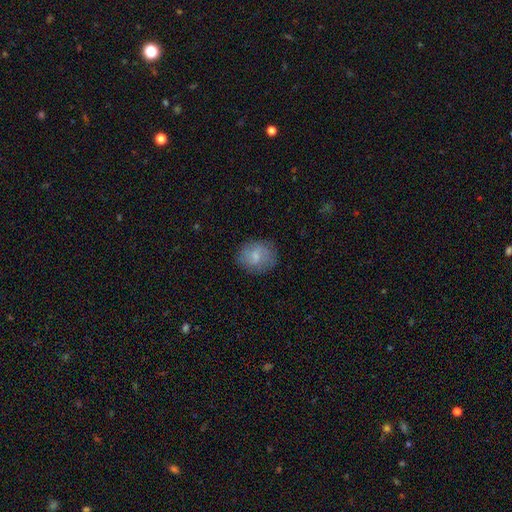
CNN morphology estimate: The model was most divided on "how rounded": round: 65%, in between: 34%, cigar-shaped: 1%. More confident: merging — none (77%); smooth or featured — smooth (65%).